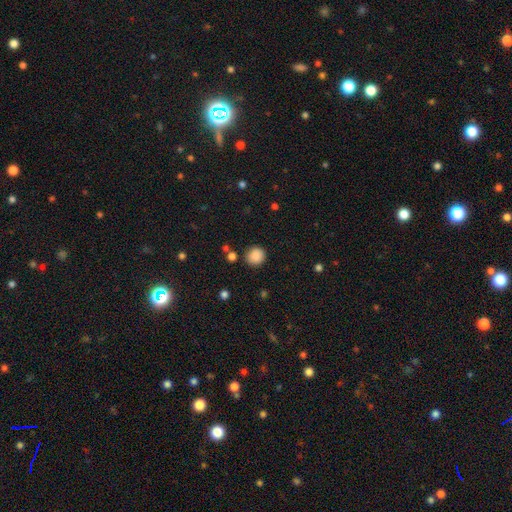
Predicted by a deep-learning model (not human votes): Smooth or featured? Predicted: smooth (p=0.87). How rounded? Predicted: round (p=0.91). Merging? Predicted: none (p=0.86).